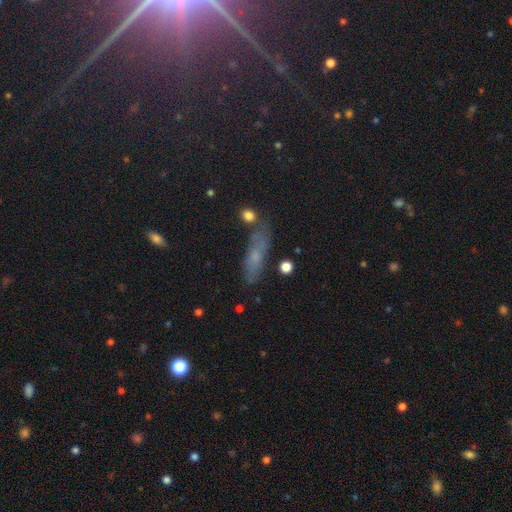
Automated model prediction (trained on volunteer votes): Smooth or featured: smooth — 50% (featured or disk — 27%)
Merging: none — 70% (minor disturbance — 18%)